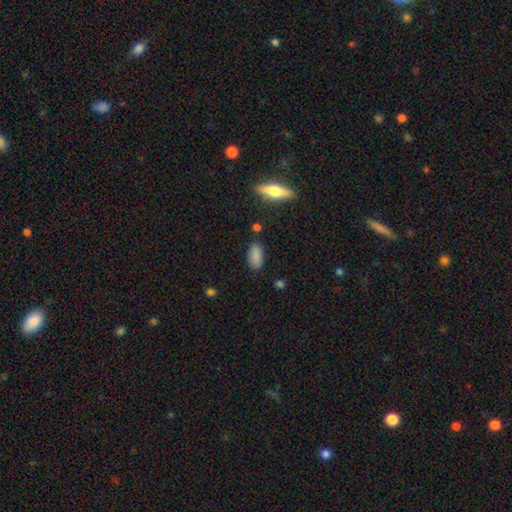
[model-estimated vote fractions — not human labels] This is clearly a smooth galaxy (86%). How rounded: clearly in between (91%). Merging: clearly none (83%).